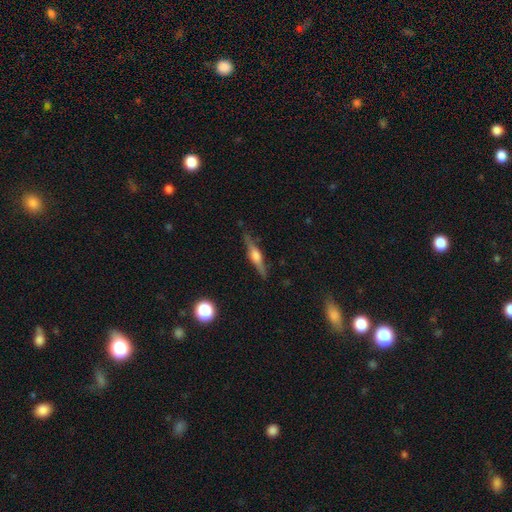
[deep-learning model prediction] smooth-or-featured: featured or disk: 73% | smooth: 21% | star or artifact: 7%
  disk-edge-on: yes: 97% | no: 3%
    edge-on-bulge: rounded: 85% | boxy: 12% | none: 3%
  merging: none: 87% | minor disturbance: 10% | major disturbance: 2% | merger: 1%